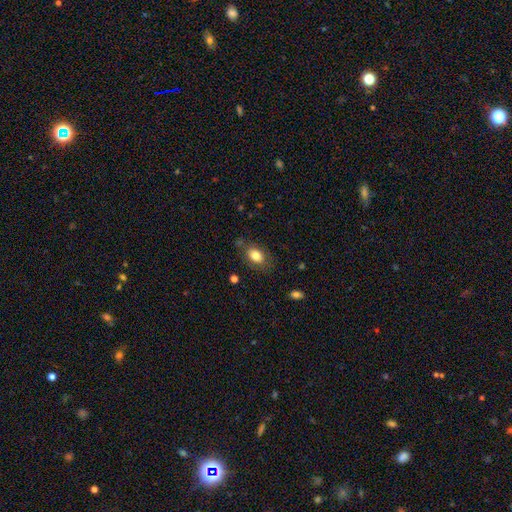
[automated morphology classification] The model was most divided on "merging": none: 73%, minor disturbance: 18%, major disturbance: 6%, merger: 3%. More confident: how rounded — in between (83%); smooth or featured — smooth (80%).